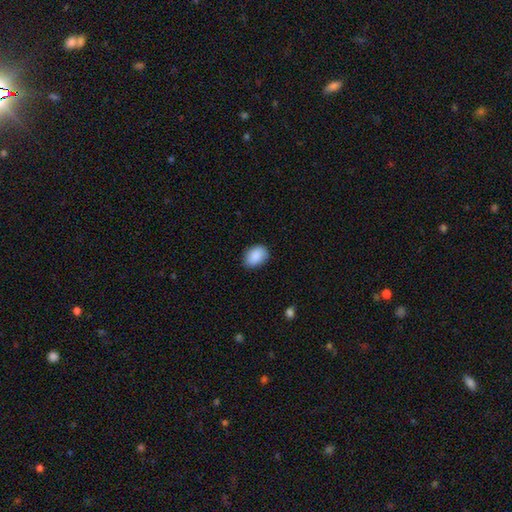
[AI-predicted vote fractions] This is clearly a smooth galaxy (90%). How rounded: likely in between (78%). Merging: clearly none (84%).